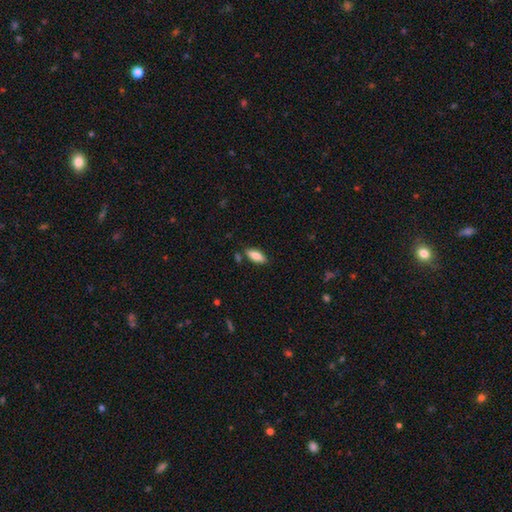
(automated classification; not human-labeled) Smooth or featured? smooth (79%)
How rounded? in between (76%)
Merging? none (82%)